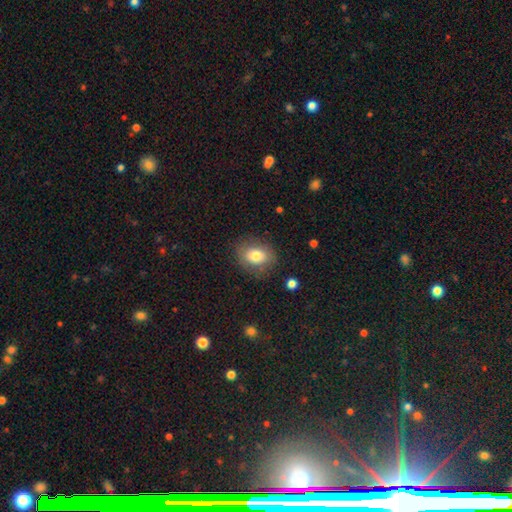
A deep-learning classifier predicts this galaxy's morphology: Overall: smooth (77%). How rounded: in between (61%; round 38%). Merging: none (80%).